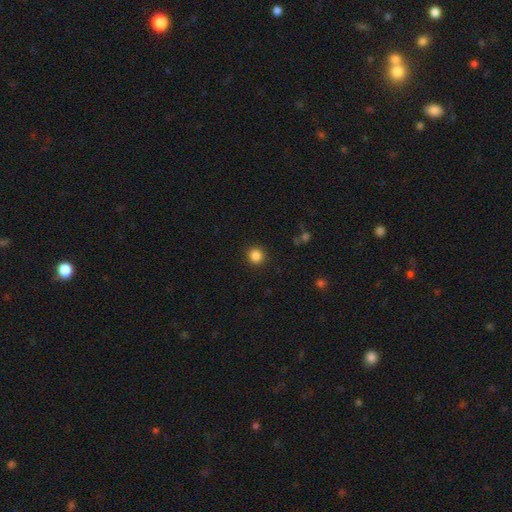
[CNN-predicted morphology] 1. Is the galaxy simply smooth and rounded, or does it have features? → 85% smooth, 11% star or artifact, 4% featured or disk.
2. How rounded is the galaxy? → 93% round, 6% in between, 1% cigar-shaped.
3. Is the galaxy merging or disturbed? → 92% none, 5% minor disturbance, 2% major disturbance, 1% merger.